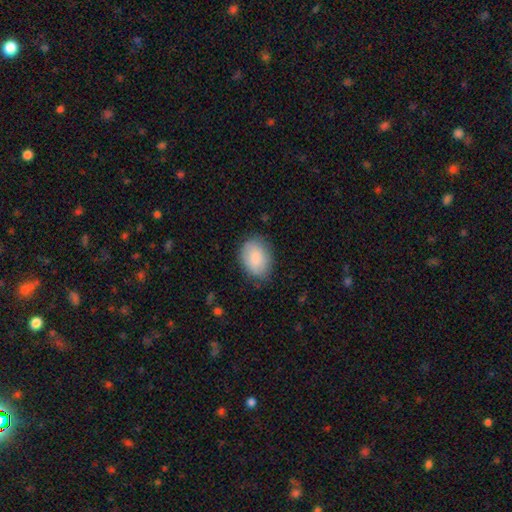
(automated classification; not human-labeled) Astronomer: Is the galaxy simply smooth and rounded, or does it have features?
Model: smooth — 86%.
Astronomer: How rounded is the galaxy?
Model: in between — 81%.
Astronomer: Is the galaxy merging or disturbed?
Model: none — 78%.